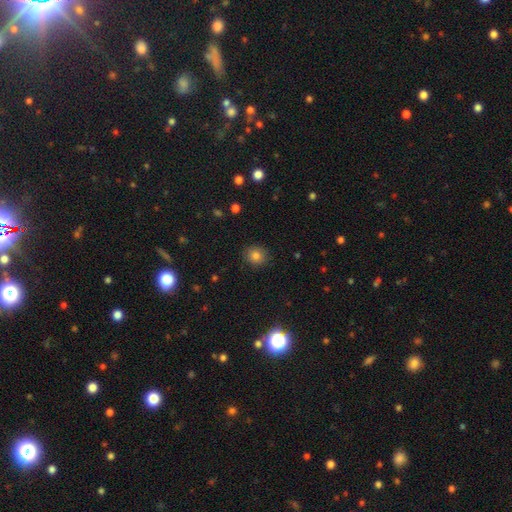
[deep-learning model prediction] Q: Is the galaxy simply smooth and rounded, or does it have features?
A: smooth — 81%.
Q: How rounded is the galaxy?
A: round — 80%.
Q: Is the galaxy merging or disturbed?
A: none — 88%.